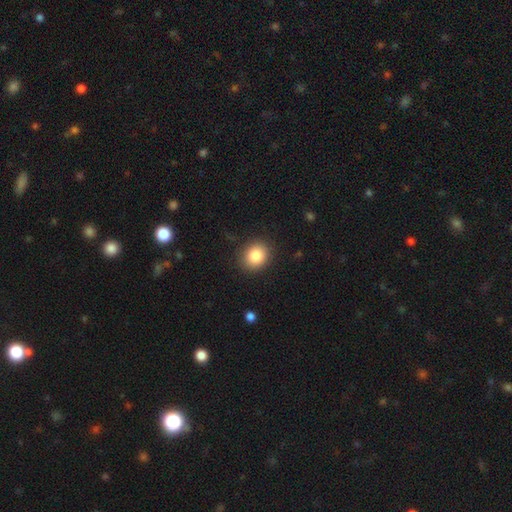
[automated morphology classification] A smooth galaxy with no disk features (84%) that is round (72%). Merging: none (88%).